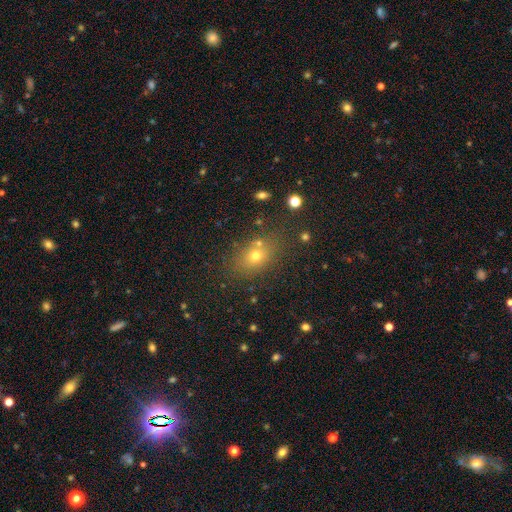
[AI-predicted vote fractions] Q: Smooth or featured?
A: smooth (68%); runner-up: star or artifact (18%)
Q: How rounded?
A: in between (65%); runner-up: round (33%)
Q: Merging?
A: none (73%); runner-up: minor disturbance (12%)